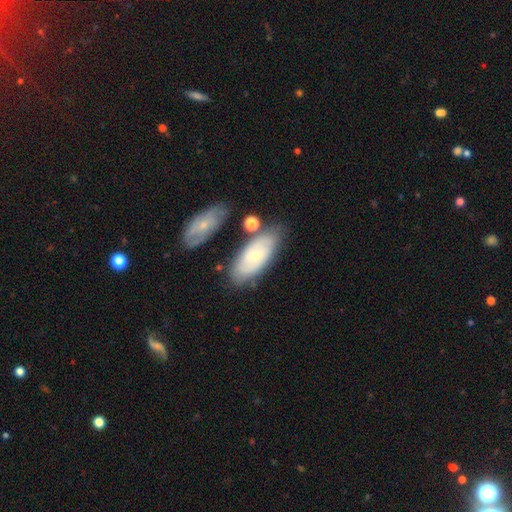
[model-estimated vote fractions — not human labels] Q: Smooth or featured?
A: featured or disk (51%); runner-up: smooth (43%)
Q: Edge-on disk?
A: no (87%); runner-up: yes (13%)
Q: Merging?
A: none (69%); runner-up: minor disturbance (18%)